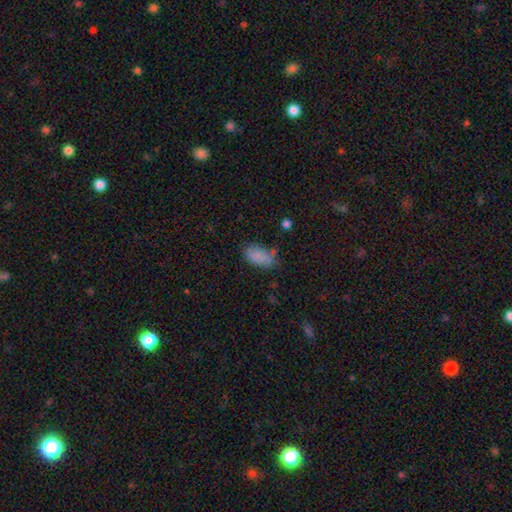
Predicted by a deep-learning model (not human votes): This appears to be a smooth galaxy with no disk features (84%) that is in between round and cigar-shaped (93%). Merging: none (60%).